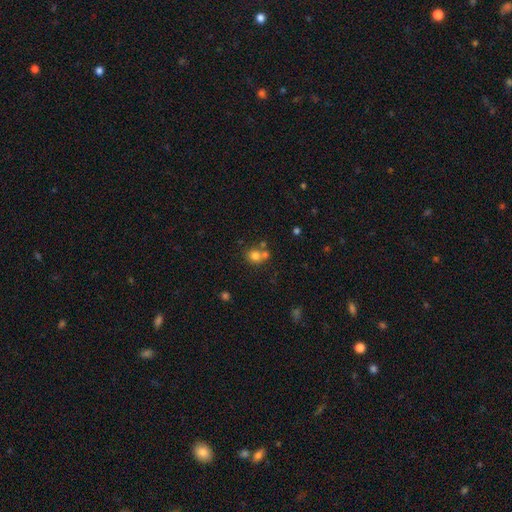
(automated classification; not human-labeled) Q: Smooth or featured?
A: smooth (74%); runner-up: star or artifact (14%)
Q: How rounded?
A: round (81%); runner-up: in between (19%)
Q: Merging?
A: none (50%); runner-up: merger (37%)